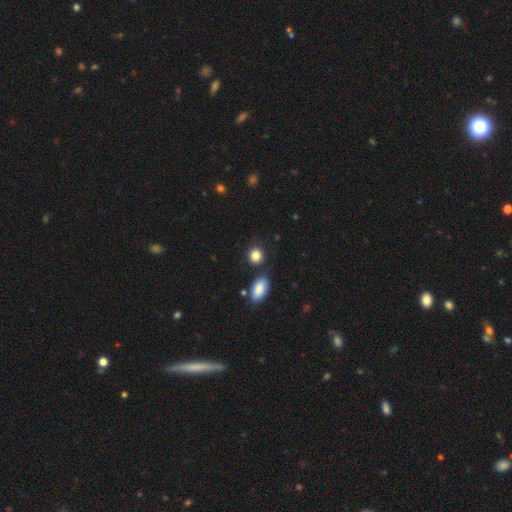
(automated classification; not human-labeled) This appears to be a smooth galaxy with no disk features (85%) that is round (73%). Merging: none (79%).